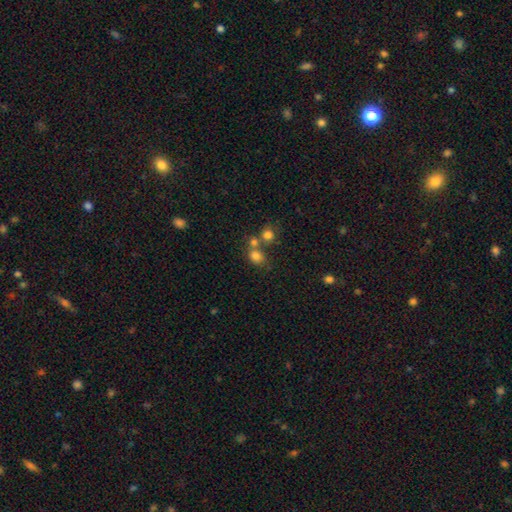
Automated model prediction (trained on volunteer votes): Smooth or featured?
  - smooth: 77% *
  - star or artifact: 14%
  - featured or disk: 9%
How rounded?
  - round: 67% *
  - in between: 32%
  - cigar-shaped: 1%
Merging?
  - none: 49% *
  - merger: 37%
  - minor disturbance: 10%
  - major disturbance: 5%